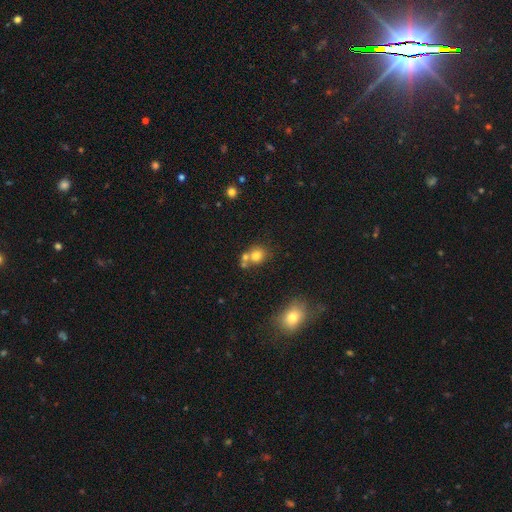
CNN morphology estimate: Smooth or featured: smooth — 76% (star or artifact — 12%)
How rounded: round — 73% (in between — 26%)
Merging: none — 45% (merger — 41%)